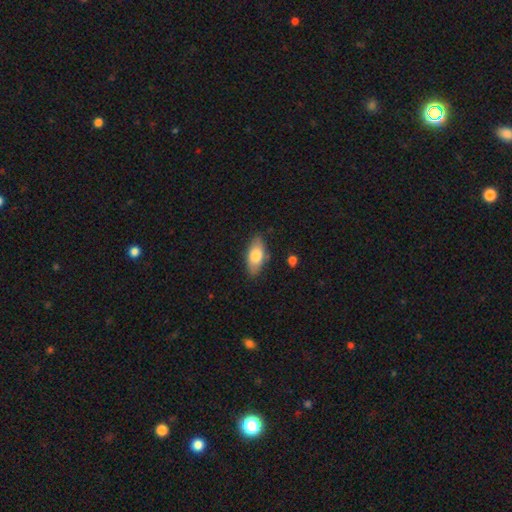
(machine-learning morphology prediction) This is likely a smooth galaxy (76%). How rounded: clearly in between (88%). Merging: clearly none (80%).